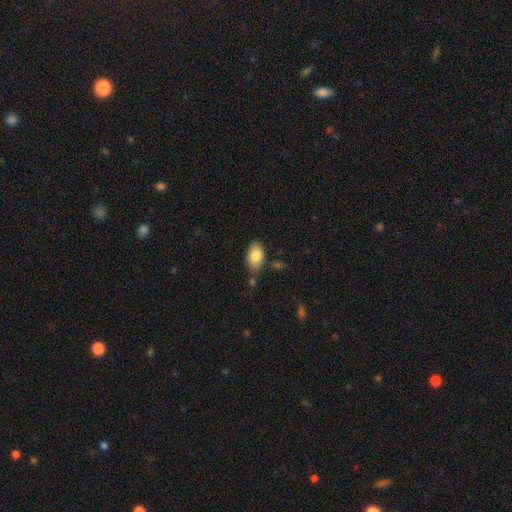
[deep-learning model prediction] Overall: smooth (84%). How rounded: in between (91%). Merging: none (76%).